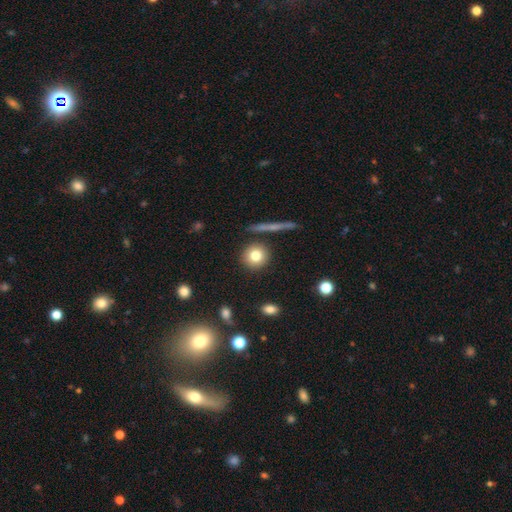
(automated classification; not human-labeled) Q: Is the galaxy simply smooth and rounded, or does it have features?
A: smooth — 79%.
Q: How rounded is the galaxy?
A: round — 91%.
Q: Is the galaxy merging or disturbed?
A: none — 86%.